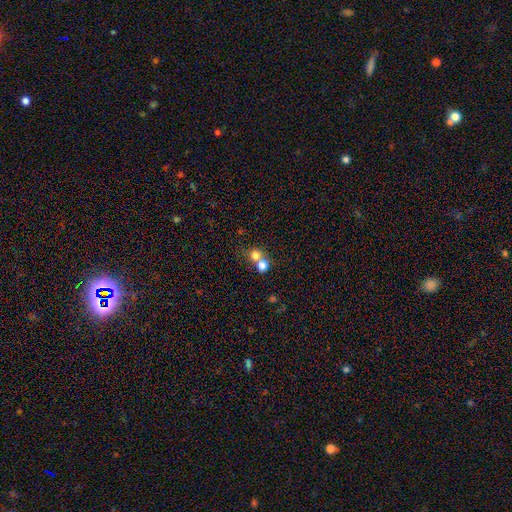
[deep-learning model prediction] smooth-or-featured: smooth: 76% | star or artifact: 14% | featured or disk: 11%
  how-rounded: round: 84% | in between: 15% | cigar-shaped: 1%
  merging: merger: 52% | none: 40% | minor disturbance: 5% | major disturbance: 3%